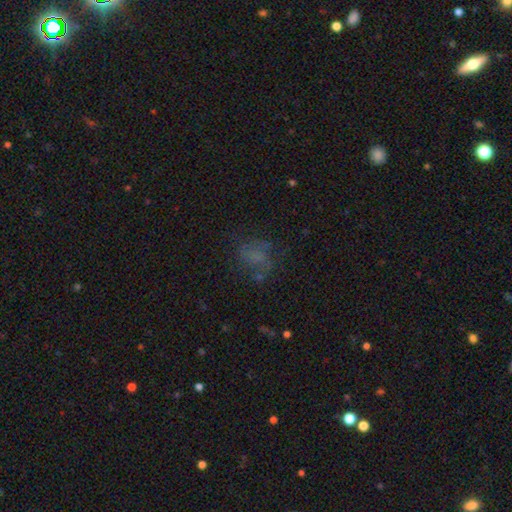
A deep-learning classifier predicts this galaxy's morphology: A smooth galaxy with no disk features (48%).

Vote fractions:
- Smooth or featured? smooth: 48% / featured or disk: 28% / star or artifact: 23%
- Merging? none: 56% / major disturbance: 20% / minor disturbance: 20% / merger: 4%